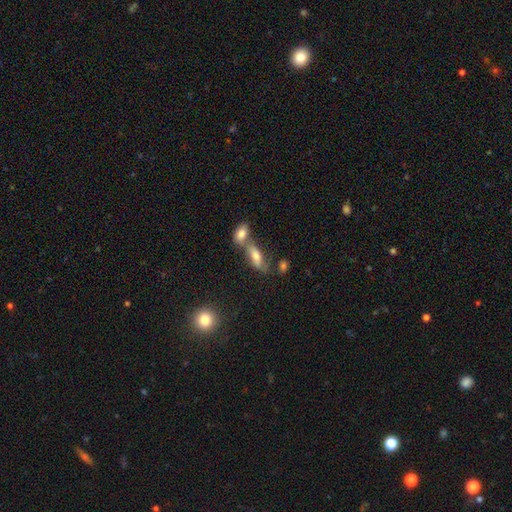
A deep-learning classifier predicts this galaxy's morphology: This appears to be a smooth galaxy with no disk features (59%) that is in between round and cigar-shaped (65%). Merging: merger (42%).